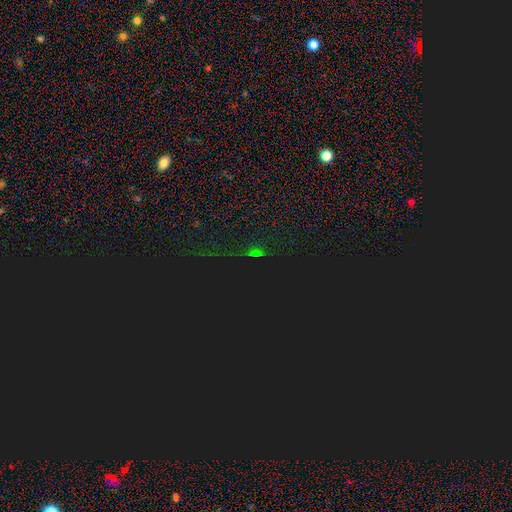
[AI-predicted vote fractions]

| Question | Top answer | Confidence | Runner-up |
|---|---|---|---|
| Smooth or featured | star or artifact | 77% | smooth (14%) |